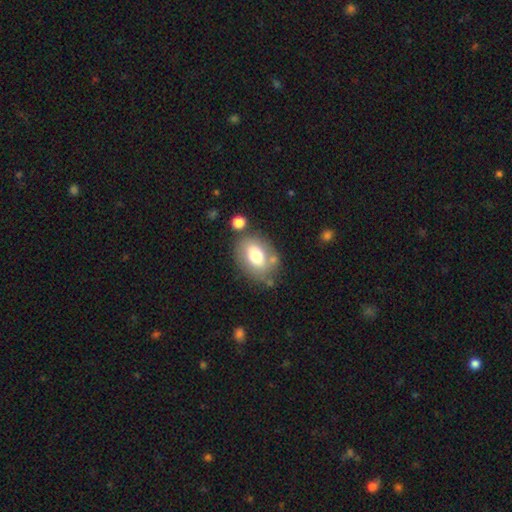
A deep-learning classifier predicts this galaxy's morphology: This is likely a smooth galaxy (68%). How rounded: likely in between (73%). Merging: likely none (67%).